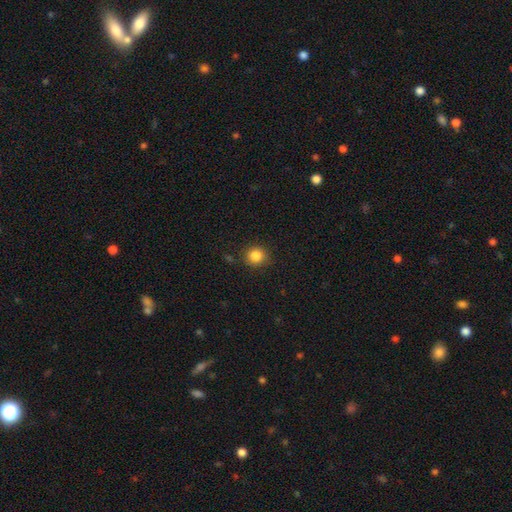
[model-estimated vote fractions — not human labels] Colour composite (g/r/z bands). It shows a smooth galaxy with no disk features (85%) that is round (89%). Merging: none (87%).